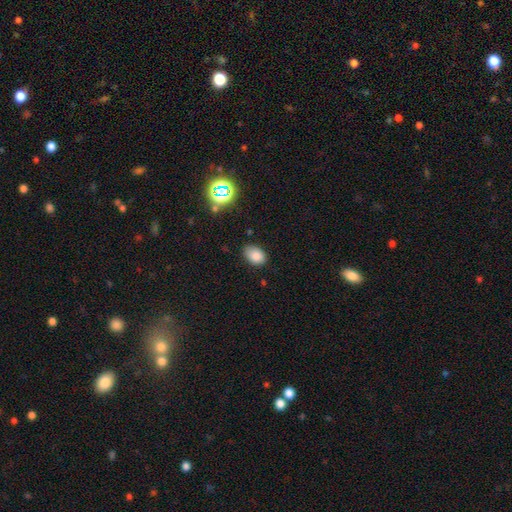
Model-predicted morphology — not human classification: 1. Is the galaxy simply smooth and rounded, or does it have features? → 82% smooth, 12% star or artifact, 5% featured or disk.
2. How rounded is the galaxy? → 82% in between, 17% round, 1% cigar-shaped.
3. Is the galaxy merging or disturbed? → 73% none, 21% minor disturbance, 4% major disturbance, 2% merger.